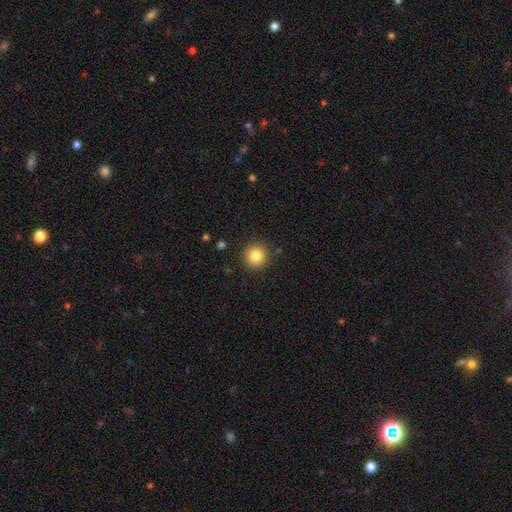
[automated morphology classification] Smooth or featured: smooth — 84% (star or artifact — 10%)
How rounded: round — 94% (in between — 5%)
Merging: none — 90% (minor disturbance — 7%)